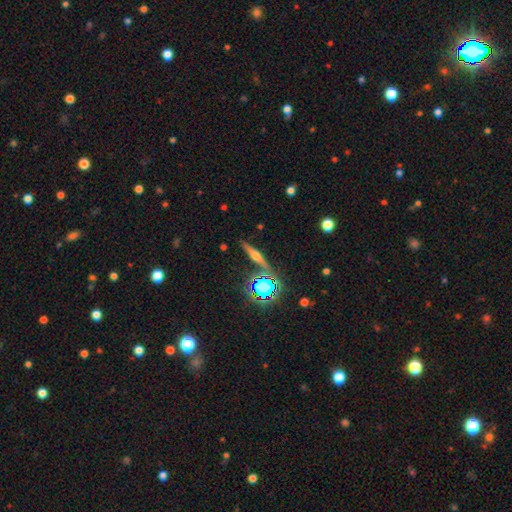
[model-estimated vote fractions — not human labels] Overall: featured or disk (61%; smooth 24%). Edge-on disk: yes (95%). Edge-on bulge: rounded (89%). Merging: none (84%).